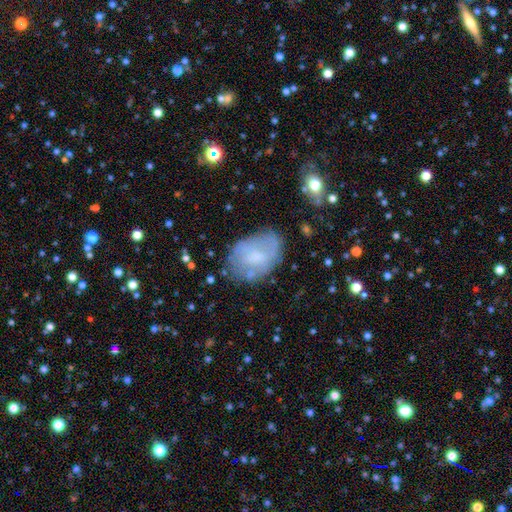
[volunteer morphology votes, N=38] Smooth or featured: smooth — 63% (featured or disk — 34%)
How rounded: in between — 79% (round — 12%)
Merging: none — 46% (minor disturbance — 38%)